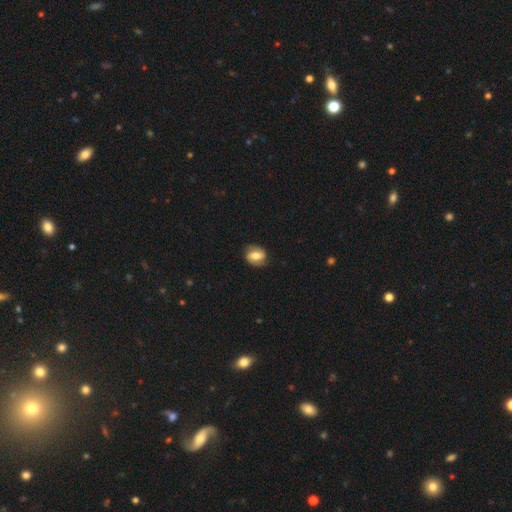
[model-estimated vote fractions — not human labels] This appears to be a featured or disk galaxy (47%). Merging: none (81%).